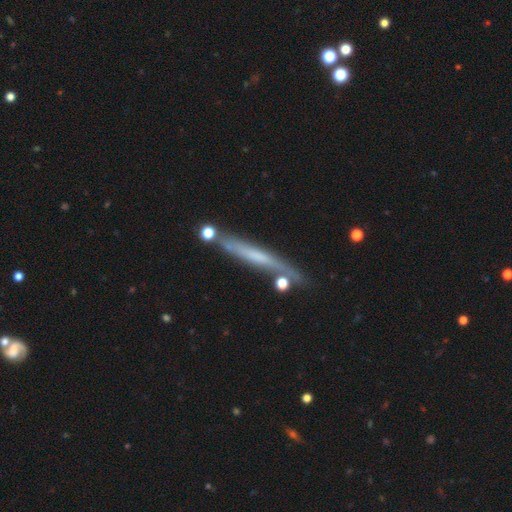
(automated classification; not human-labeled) Smooth or featured: featured or disk — 55% (smooth — 37%)
Edge-on disk: yes — 89% (no — 11%)
Merging: none — 77% (minor disturbance — 14%)